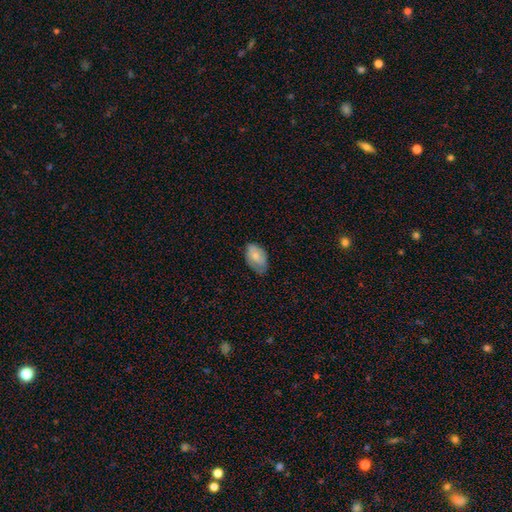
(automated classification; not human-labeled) The model was most divided on "merging": none: 60%, minor disturbance: 33%, major disturbance: 6%, merger: 1%. More confident: how rounded — in between (91%); smooth or featured — smooth (73%).